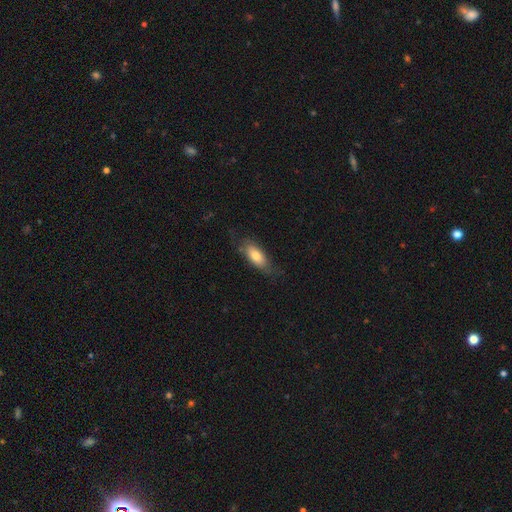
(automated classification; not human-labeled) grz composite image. It shows a smooth galaxy with no disk features (72%) that is in between round and cigar-shaped (81%). Merging: none (64%).